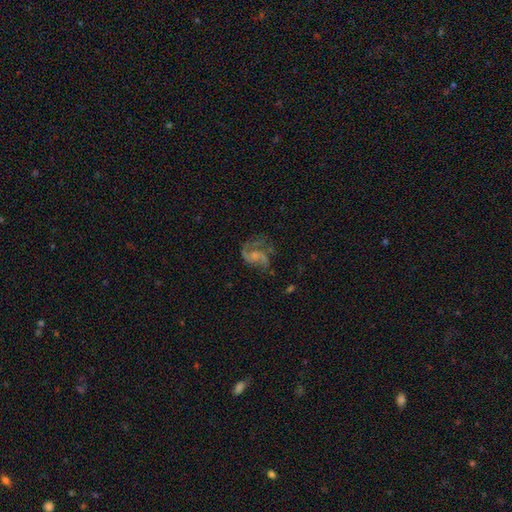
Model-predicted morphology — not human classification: Overall: featured or disk (77%). Edge-on disk: no (98%). Bar: no (62%; weak 32%). Spiral arms: yes (90%). Spiral arm count: 2 (78%). Spiral winding: loose (46%; medium 44%). Bulge size: small (45%; moderate 32%). Merging: none (47%; major disturbance 28%).